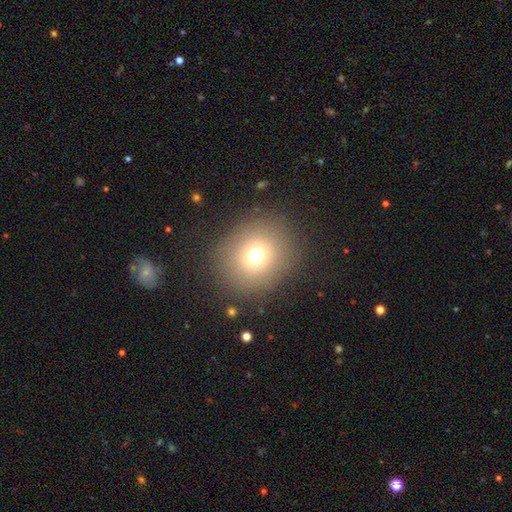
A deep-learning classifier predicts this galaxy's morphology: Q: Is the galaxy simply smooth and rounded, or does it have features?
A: smooth — 71%.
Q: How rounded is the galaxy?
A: round — 84%.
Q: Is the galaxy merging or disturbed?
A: none — 86%.